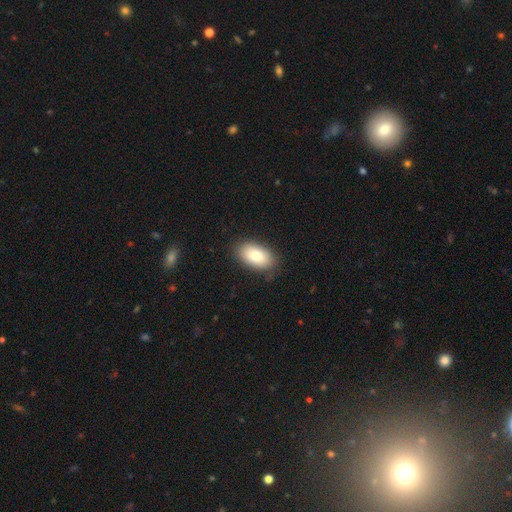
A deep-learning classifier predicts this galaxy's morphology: Overall: smooth (82%). How rounded: in between (93%). Merging: none (83%).